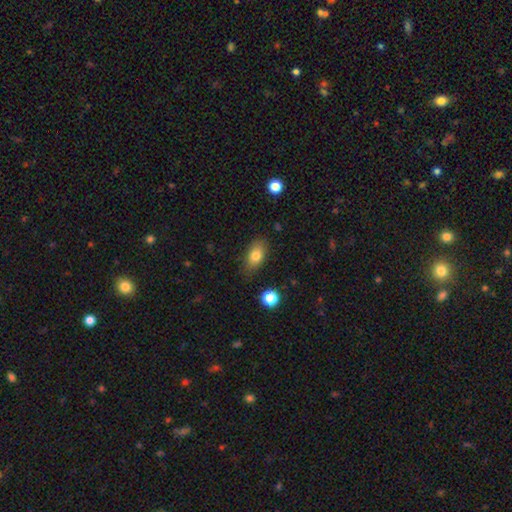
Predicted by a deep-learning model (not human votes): Smooth or featured? smooth (79%)
How rounded? in between (87%)
Merging? none (78%)